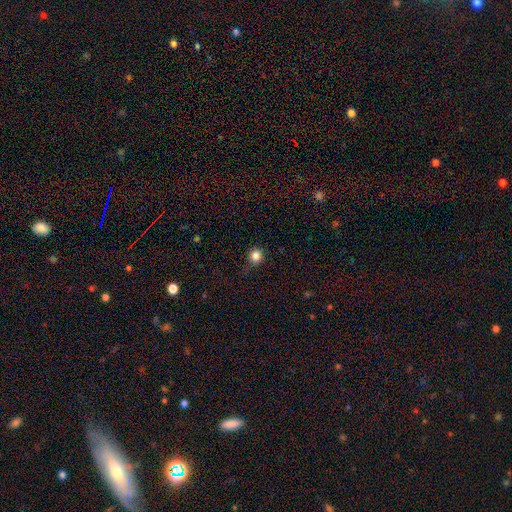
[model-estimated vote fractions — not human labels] smooth-or-featured: smooth: 82% | star or artifact: 13% | featured or disk: 5%
  how-rounded: round: 90% | in between: 9% | cigar-shaped: 1%
  merging: none: 80% | minor disturbance: 15% | major disturbance: 4% | merger: 1%